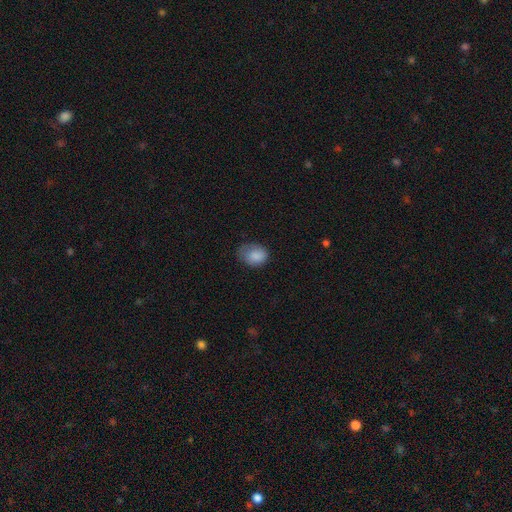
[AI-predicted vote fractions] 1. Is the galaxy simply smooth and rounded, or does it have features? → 84% smooth, 8% featured or disk, 8% star or artifact.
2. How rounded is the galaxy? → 61% in between, 38% round, 1% cigar-shaped.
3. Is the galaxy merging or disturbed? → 51% none, 33% minor disturbance, 14% major disturbance, 1% merger.